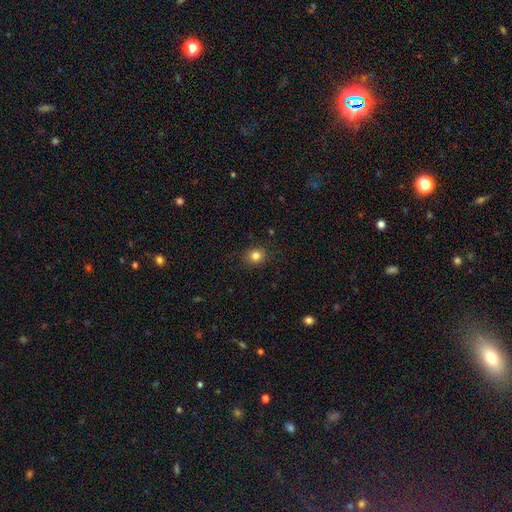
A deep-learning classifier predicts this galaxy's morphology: Smooth or featured? smooth (82%)
How rounded? round (74%)
Merging? none (88%)